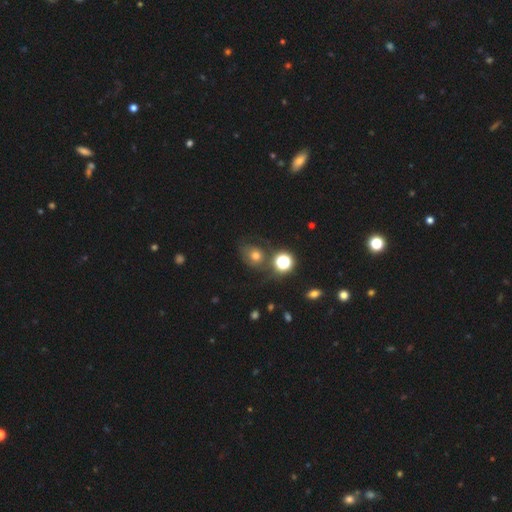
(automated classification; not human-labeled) This is likely a smooth galaxy (62%). How rounded: likely round (69%). Merging: possibly none (60%).